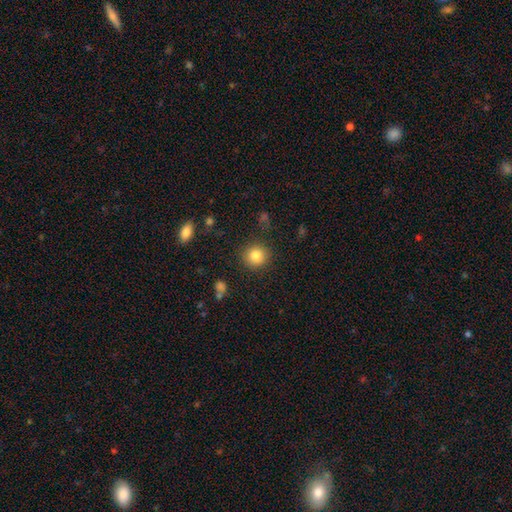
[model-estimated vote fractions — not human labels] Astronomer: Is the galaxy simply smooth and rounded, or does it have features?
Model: smooth — 83%.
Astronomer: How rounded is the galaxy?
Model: round — 91%.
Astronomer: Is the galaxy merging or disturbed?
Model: none — 89%.